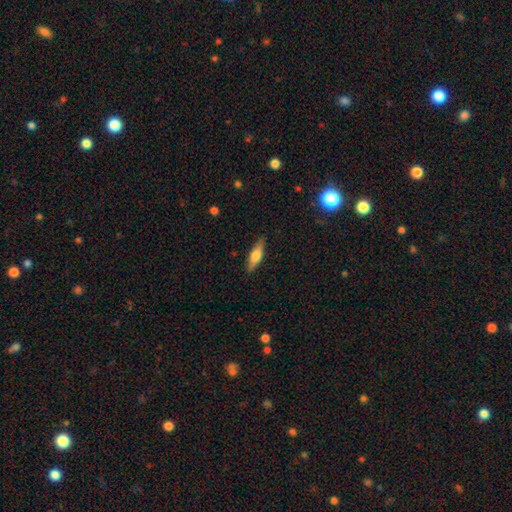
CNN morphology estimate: Smooth or featured? smooth (58%)
How rounded? cigar-shaped (59%)
Merging? none (86%)